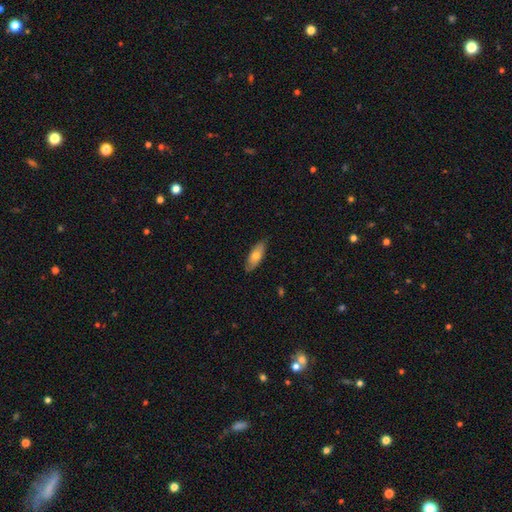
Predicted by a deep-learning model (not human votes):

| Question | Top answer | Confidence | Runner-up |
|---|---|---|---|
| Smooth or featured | smooth | 65% | featured or disk (29%) |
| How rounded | in between | 71% | cigar-shaped (26%) |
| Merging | none | 82% | minor disturbance (14%) |